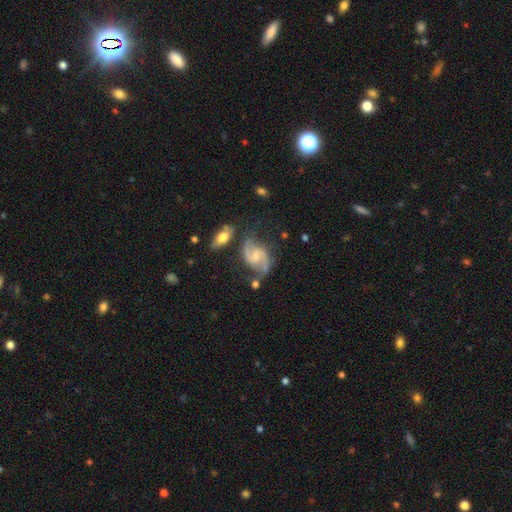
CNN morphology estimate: This appears to be a featured or disk galaxy (89%) with a weak bar (46%), 2 (93%) medium (57%) spiral arms (98%) and a small central bulge (52%). Merging: none (65%).